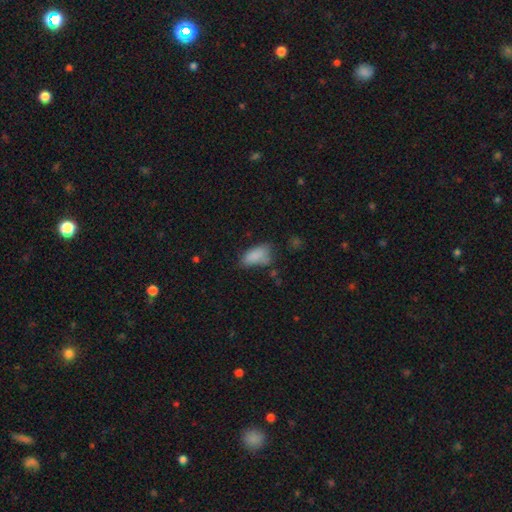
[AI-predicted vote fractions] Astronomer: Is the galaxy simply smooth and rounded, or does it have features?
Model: smooth — 82%.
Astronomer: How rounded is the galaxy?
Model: in between — 90%.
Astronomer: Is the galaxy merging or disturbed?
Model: none — 46% (runner-up: minor disturbance, 31%).